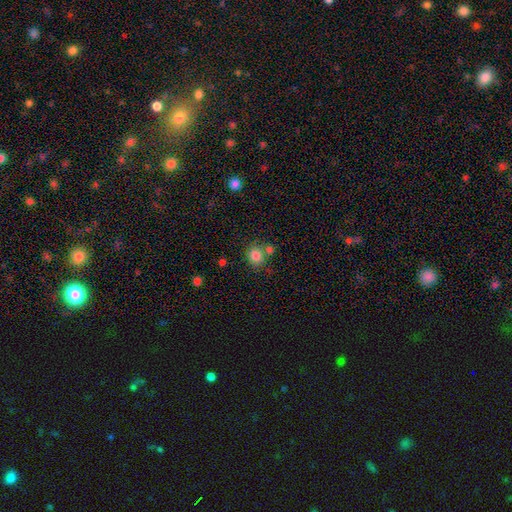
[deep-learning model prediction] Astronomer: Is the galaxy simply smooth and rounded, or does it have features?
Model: smooth — 83%.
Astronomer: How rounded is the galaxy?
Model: round — 81%.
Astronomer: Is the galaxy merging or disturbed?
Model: none — 68%.